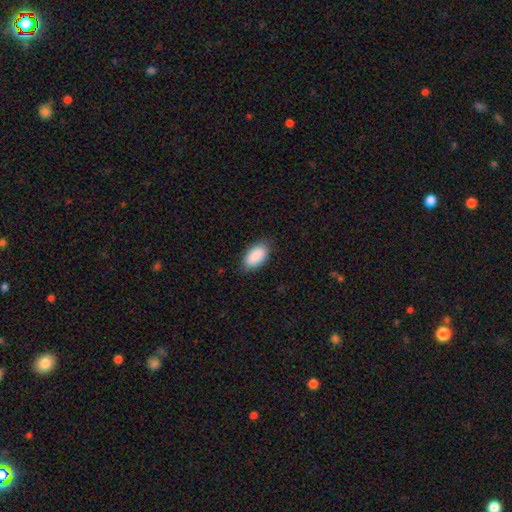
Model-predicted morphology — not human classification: smooth-or-featured: smooth: 91% | star or artifact: 6% | featured or disk: 3%
  how-rounded: in between: 95% | round: 3% | cigar-shaped: 2%
  merging: none: 83% | minor disturbance: 14% | major disturbance: 3% | merger: 1%